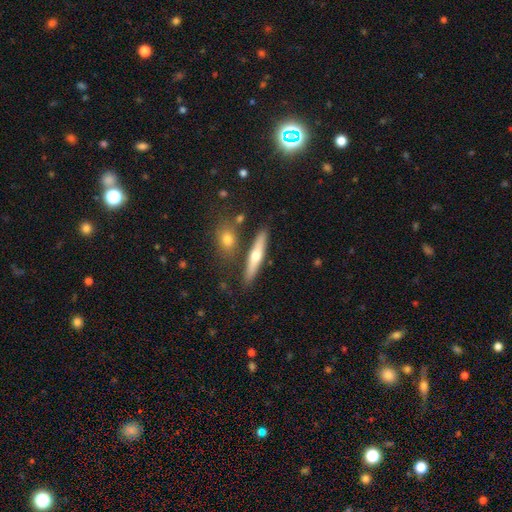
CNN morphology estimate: featured or disk 49%, smooth 45%, star or artifact 6%. Down the decision tree: merging — none (80%).